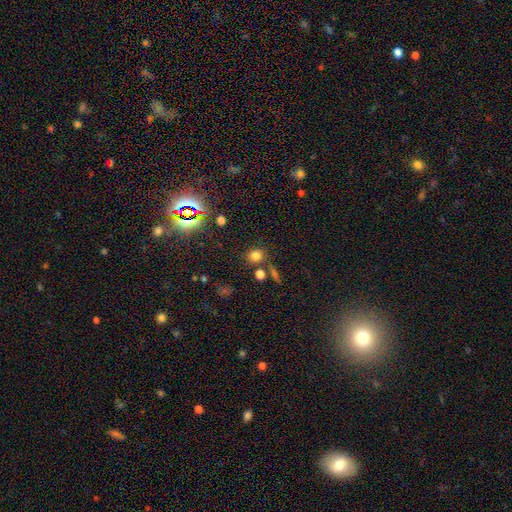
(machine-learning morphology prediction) This is likely a smooth galaxy (76%). How rounded: likely round (73%). Merging: likely none (73%).